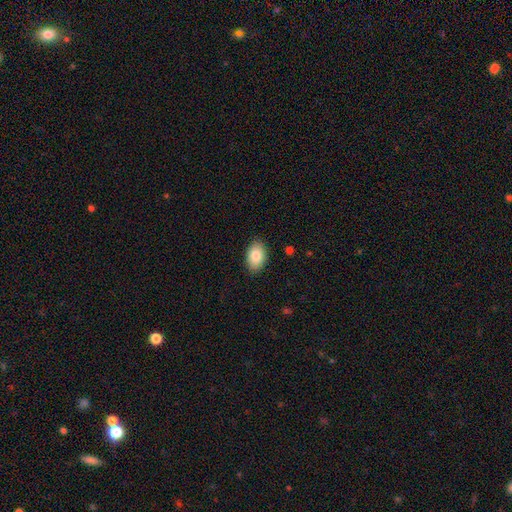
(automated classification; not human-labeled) This appears to be a smooth galaxy with no disk features (83%) that is in between round and cigar-shaped (90%). Merging: none (88%).